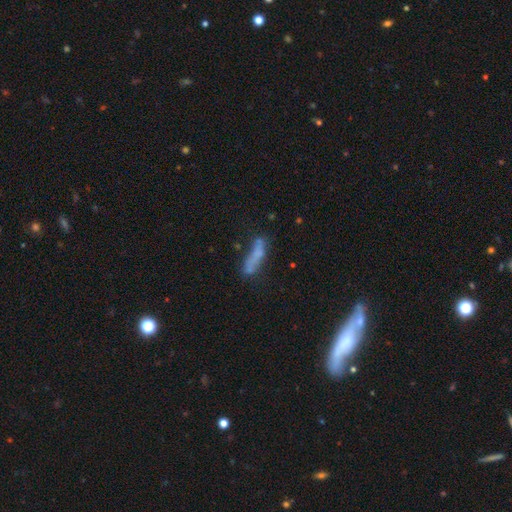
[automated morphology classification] A smooth galaxy with no disk features (58%) that is cigar-shaped (79%).

Vote fractions:
- Smooth or featured? smooth: 58% / featured or disk: 29% / star or artifact: 13%
- How rounded? cigar-shaped: 79% / in between: 19% / round: 3%
- Merging? none: 54% / minor disturbance: 23% / major disturbance: 11% / merger: 11%